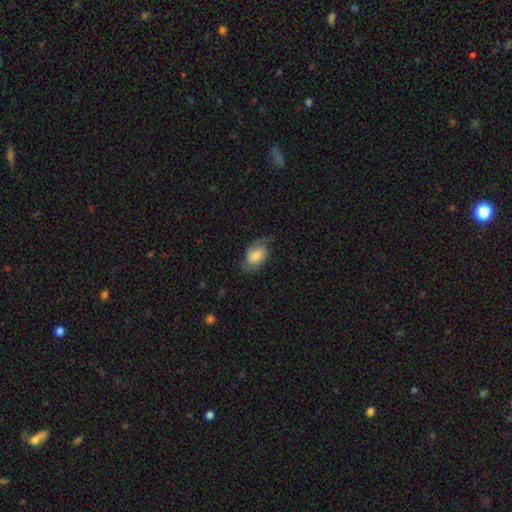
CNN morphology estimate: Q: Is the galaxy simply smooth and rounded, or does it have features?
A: smooth — 56%.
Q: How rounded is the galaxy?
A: in between — 86%.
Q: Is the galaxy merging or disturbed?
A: none — 51%.